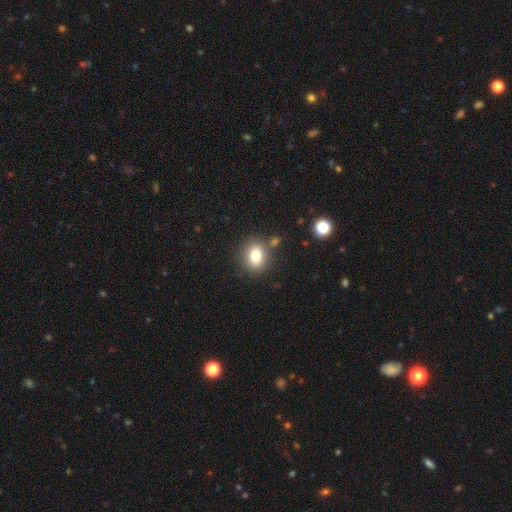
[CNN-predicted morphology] Smooth or featured? Predicted: smooth (p=0.79). How rounded? Predicted: in between (p=0.52). Merging? Predicted: none (p=0.79).